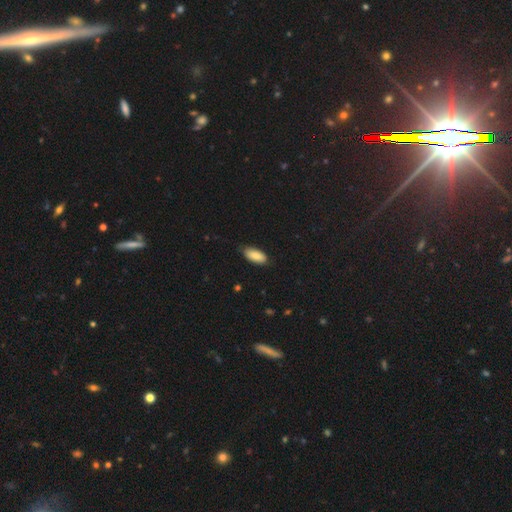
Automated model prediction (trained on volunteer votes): smooth 86%, featured or disk 9%, star or artifact 6%. Down the decision tree: how rounded — in between (88%); merging — none (80%).